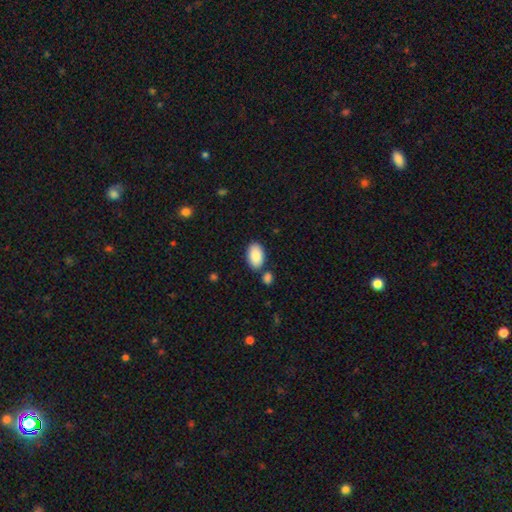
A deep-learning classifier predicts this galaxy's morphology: The model was most divided on "merging": none: 77%, minor disturbance: 11%, merger: 9%, major disturbance: 3%. More confident: how rounded — in between (94%); smooth or featured — smooth (90%).